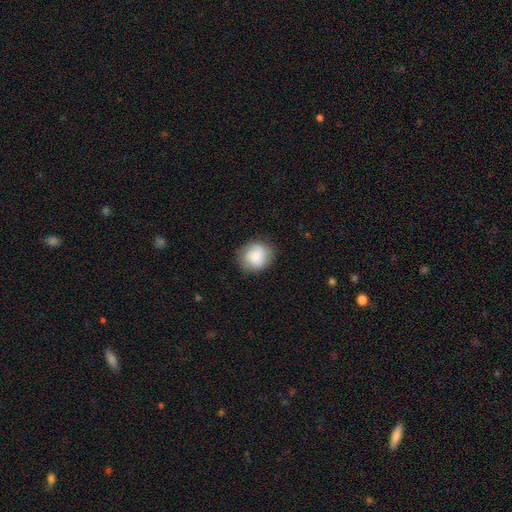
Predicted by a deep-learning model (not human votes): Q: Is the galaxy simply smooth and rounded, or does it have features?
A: smooth — 80%.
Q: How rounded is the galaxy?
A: round — 82%.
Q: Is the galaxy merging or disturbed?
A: none — 83%.